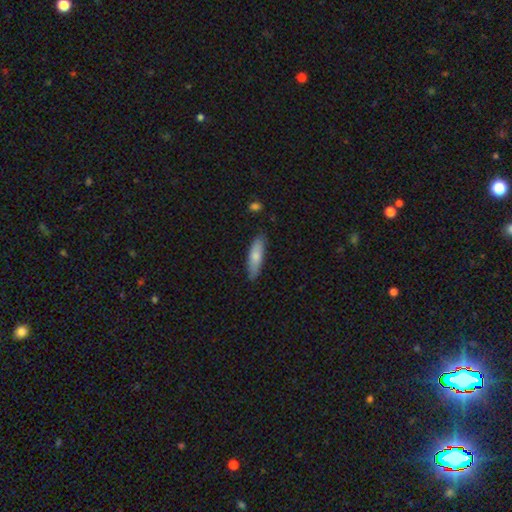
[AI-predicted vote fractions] smooth_or_featured: smooth (p=0.74) [alt: featured or disk p=0.20]
how_rounded: cigar-shaped (p=0.61) [alt: in between p=0.38]
merging: none (p=0.81) [alt: minor disturbance p=0.15]